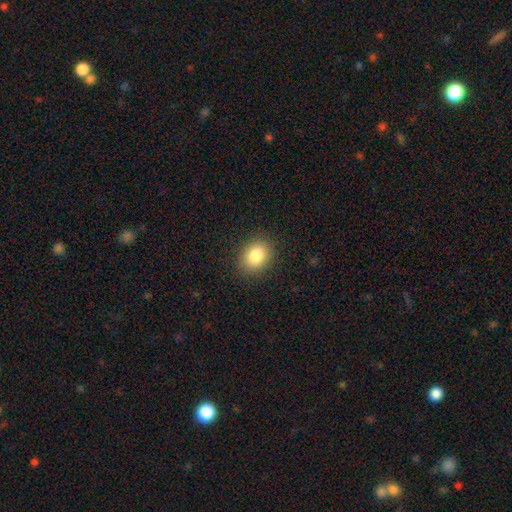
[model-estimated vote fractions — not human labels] smooth_or_featured: smooth (p=0.83) [alt: star or artifact p=0.10]
how_rounded: in between (p=0.50) [alt: round p=0.49]
merging: none (p=0.88) [alt: minor disturbance p=0.08]